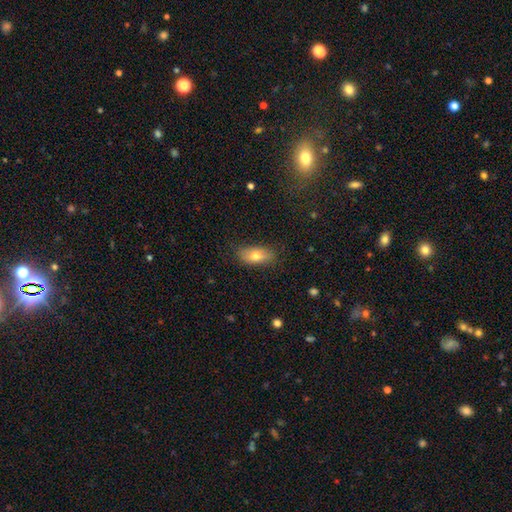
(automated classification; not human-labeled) Smooth or featured: smooth — 72% (featured or disk — 21%)
How rounded: in between — 85% (cigar-shaped — 10%)
Merging: none — 82% (minor disturbance — 14%)